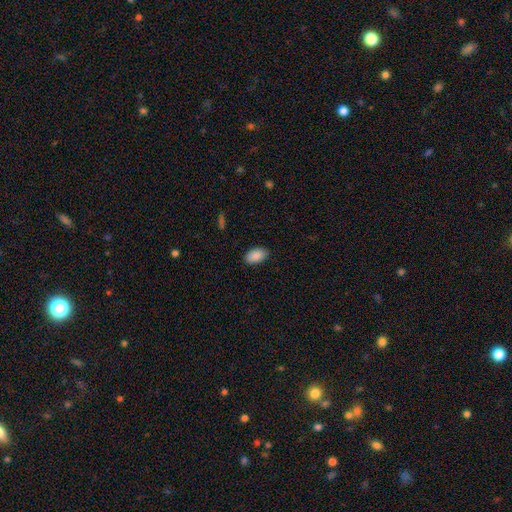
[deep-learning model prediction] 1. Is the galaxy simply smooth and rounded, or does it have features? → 90% smooth, 7% star or artifact, 3% featured or disk.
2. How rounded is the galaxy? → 94% in between, 4% round, 2% cigar-shaped.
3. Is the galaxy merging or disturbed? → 87% none, 10% minor disturbance, 2% major disturbance, 1% merger.